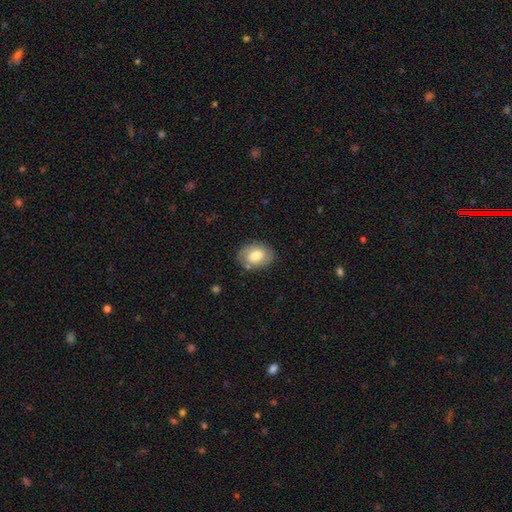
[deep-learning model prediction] The model was most divided on "how rounded": in between: 69%, round: 30%, cigar-shaped: 1%. More confident: merging — none (80%); smooth or featured — smooth (71%).